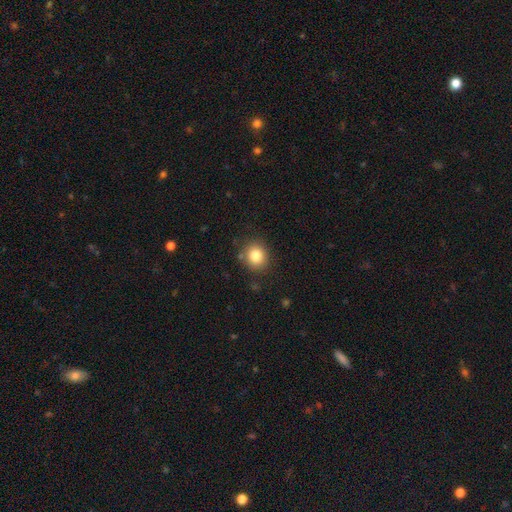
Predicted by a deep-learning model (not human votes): Smooth or featured?
  - smooth: 82% *
  - star or artifact: 11%
  - featured or disk: 7%
How rounded?
  - round: 81% *
  - in between: 19%
  - cigar-shaped: 1%
Merging?
  - none: 84% *
  - minor disturbance: 10%
  - major disturbance: 3%
  - merger: 3%